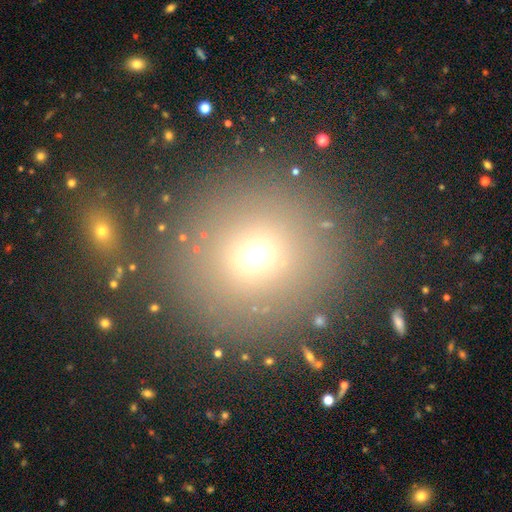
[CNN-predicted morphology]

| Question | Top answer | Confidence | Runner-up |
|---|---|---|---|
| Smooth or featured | smooth | 63% | star or artifact (27%) |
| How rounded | round | 91% | in between (8%) |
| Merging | none | 82% | minor disturbance (8%) |